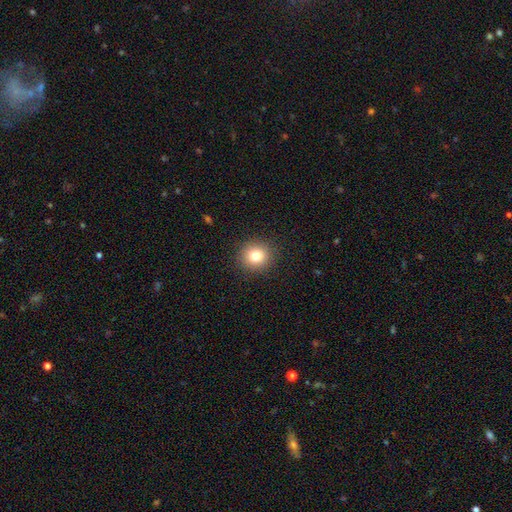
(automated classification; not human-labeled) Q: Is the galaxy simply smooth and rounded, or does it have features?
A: smooth — 79%.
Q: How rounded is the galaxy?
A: round — 90%.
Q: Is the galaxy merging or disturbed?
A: none — 91%.